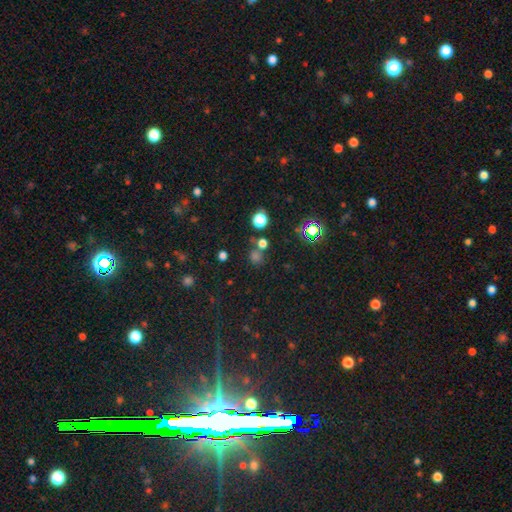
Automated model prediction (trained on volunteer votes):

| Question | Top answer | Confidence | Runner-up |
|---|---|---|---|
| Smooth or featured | smooth | 50% | star or artifact (43%) |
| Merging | none | 69% | merger (17%) |